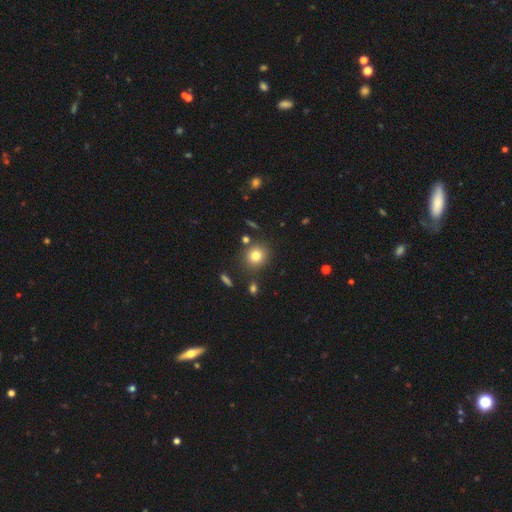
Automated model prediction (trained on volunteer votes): The model was most divided on "smooth or featured": smooth: 79%, star or artifact: 12%, featured or disk: 9%. More confident: how rounded — round (86%); merging — none (82%).